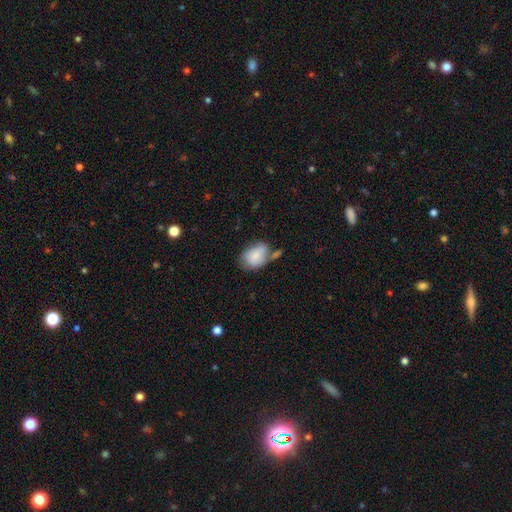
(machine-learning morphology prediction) type=smooth (81%); roundness=in between (80%); merging=none (40%).